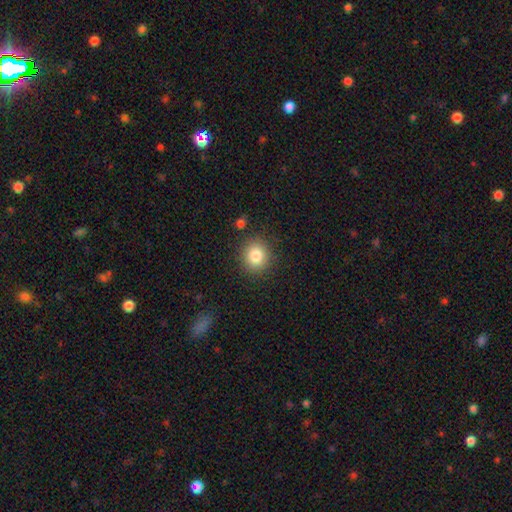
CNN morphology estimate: smooth 84%, star or artifact 10%, featured or disk 6%. Down the decision tree: how rounded — round (83%); merging — none (87%).